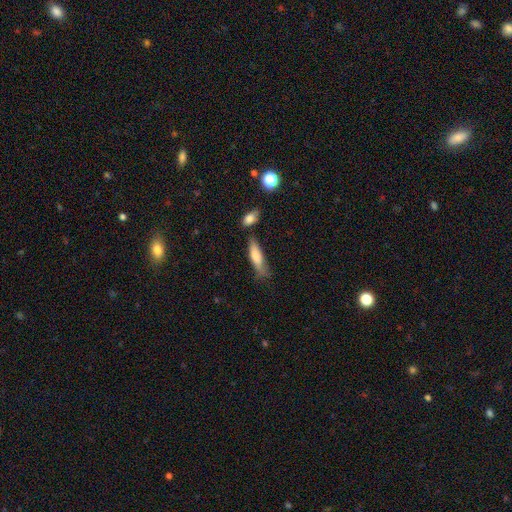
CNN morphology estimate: Q: Smooth or featured?
A: smooth (73%); runner-up: featured or disk (20%)
Q: How rounded?
A: cigar-shaped (63%); runner-up: in between (35%)
Q: Merging?
A: none (56%); runner-up: minor disturbance (27%)